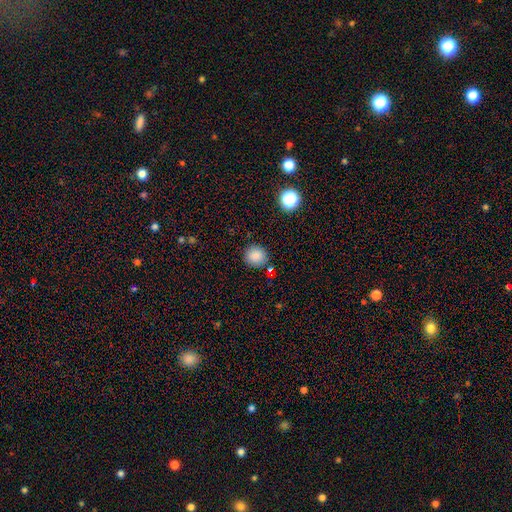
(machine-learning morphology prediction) Smooth or featured? smooth (85%)
How rounded? round (87%)
Merging? none (85%)